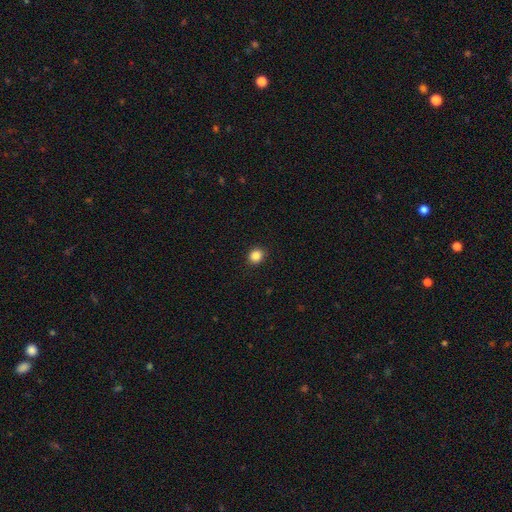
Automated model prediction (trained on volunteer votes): smooth 86%, star or artifact 10%, featured or disk 4%. Down the decision tree: how rounded — round (78%); merging — none (91%).